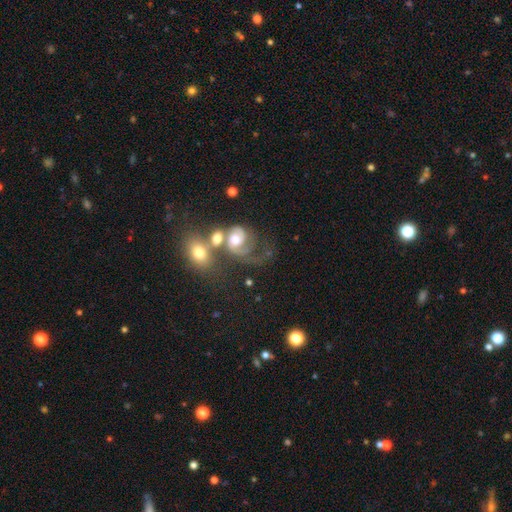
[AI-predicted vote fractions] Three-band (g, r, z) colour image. It shows a featured or disk galaxy (67%) with no bar (72%), 1 (45%) medium (42%) spiral arms (81%) and a moderate central bulge (57%). Merging: merger (48%).